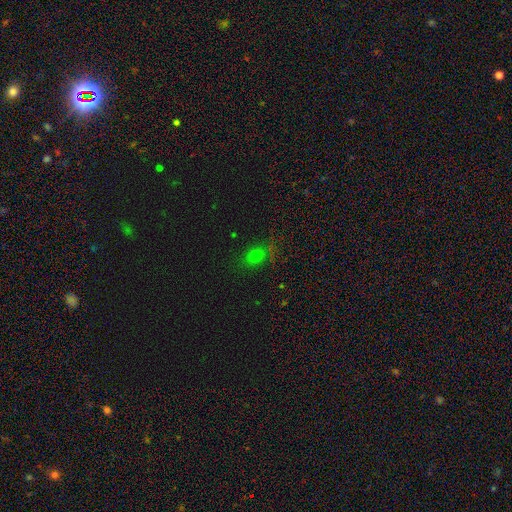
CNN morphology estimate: Smooth or featured: smooth — 65% (star or artifact — 28%)
How rounded: round — 63% (in between — 35%)
Merging: none — 78% (minor disturbance — 14%)